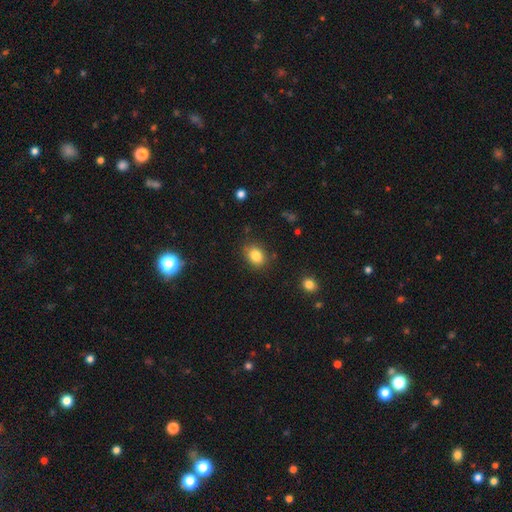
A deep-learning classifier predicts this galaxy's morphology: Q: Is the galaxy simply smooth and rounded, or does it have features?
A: smooth — 83%.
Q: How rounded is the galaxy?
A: in between — 56%.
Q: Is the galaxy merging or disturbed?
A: none — 83%.